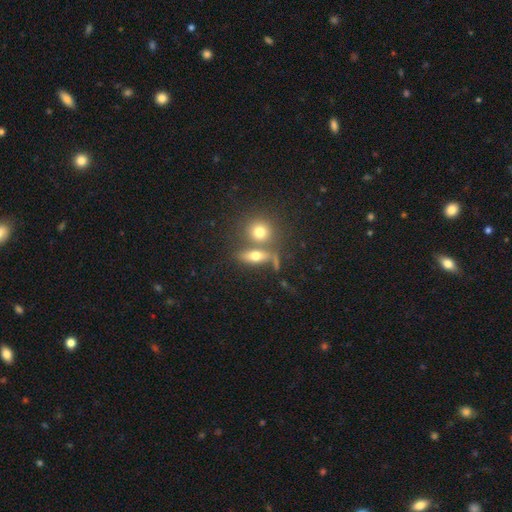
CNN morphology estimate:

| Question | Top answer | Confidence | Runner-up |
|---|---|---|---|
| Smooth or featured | smooth | 63% | featured or disk (26%) |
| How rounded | in between | 56% | round (24%) |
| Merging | none | 49% | merger (33%) |